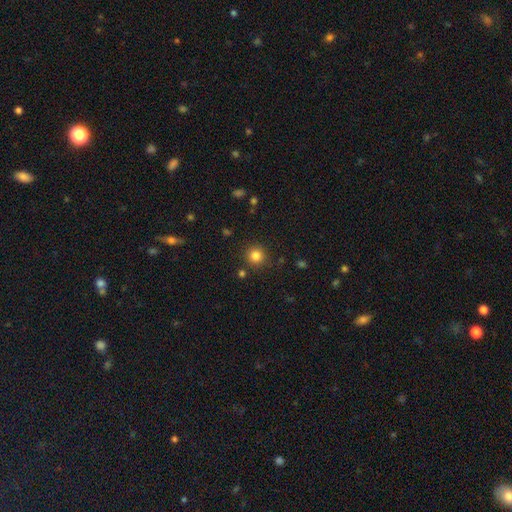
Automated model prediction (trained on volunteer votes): A smooth galaxy with no disk features (82%) that is round (95%).

Vote fractions:
- Smooth or featured? smooth: 82% / star or artifact: 13% / featured or disk: 5%
- How rounded? round: 95% / in between: 5% / cigar-shaped: 1%
- Merging? none: 88% / minor disturbance: 6% / merger: 3% / major disturbance: 2%